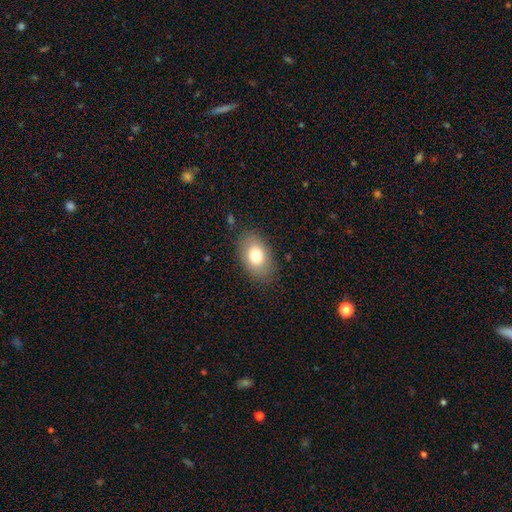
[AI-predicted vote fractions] smooth 75%, featured or disk 16%, star or artifact 8%. Down the decision tree: how rounded — in between (87%); merging — none (83%).